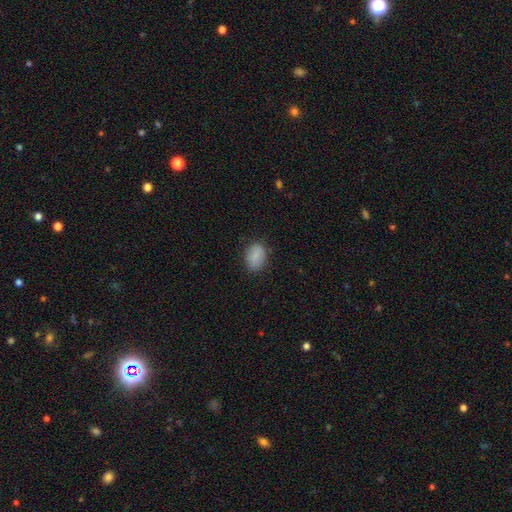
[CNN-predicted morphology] smooth 85%, star or artifact 8%, featured or disk 7%. Down the decision tree: how rounded — in between (80%); merging — none (81%).